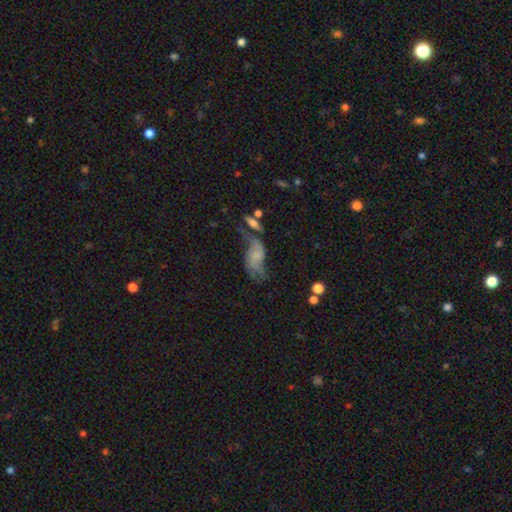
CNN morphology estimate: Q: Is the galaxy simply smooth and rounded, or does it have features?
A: featured or disk — 51%.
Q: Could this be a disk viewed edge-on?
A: no — 92%.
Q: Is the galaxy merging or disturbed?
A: major disturbance — 30%.